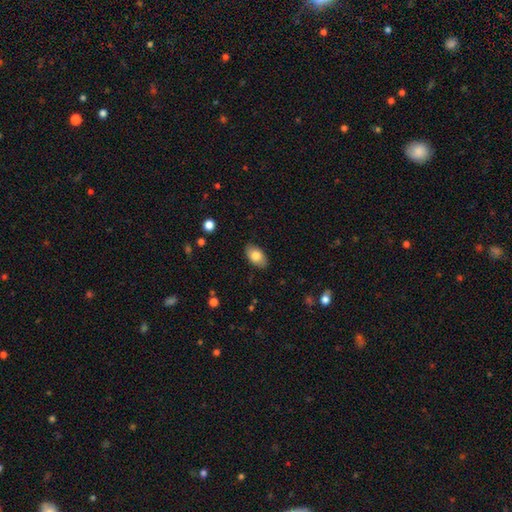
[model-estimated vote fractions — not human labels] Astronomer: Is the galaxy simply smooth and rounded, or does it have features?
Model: smooth — 81%.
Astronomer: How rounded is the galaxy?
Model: in between — 93%.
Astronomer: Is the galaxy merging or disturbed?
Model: none — 85%.